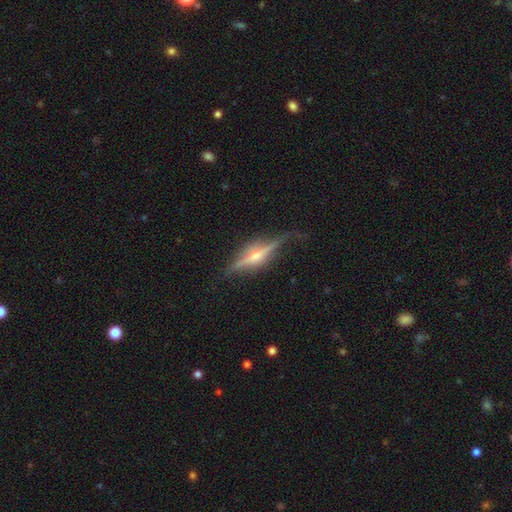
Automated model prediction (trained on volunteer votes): Overall: featured or disk (79%). Edge-on disk: yes (94%). Edge-on bulge: rounded (84%). Merging: none (78%).